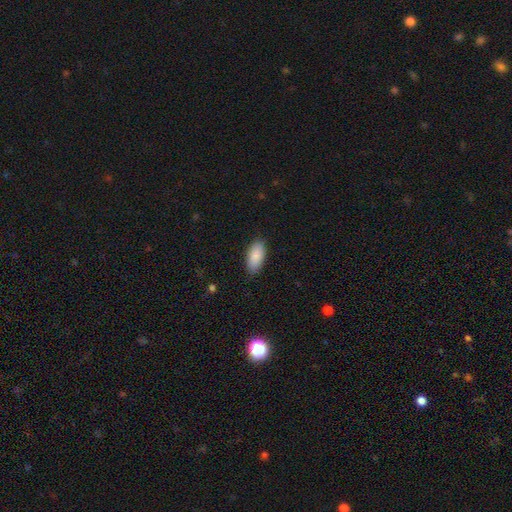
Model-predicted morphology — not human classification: smooth-or-featured: smooth: 88% | star or artifact: 6% | featured or disk: 6%
  how-rounded: in between: 92% | cigar-shaped: 6% | round: 2%
  merging: none: 86% | minor disturbance: 11% | major disturbance: 2% | merger: 1%